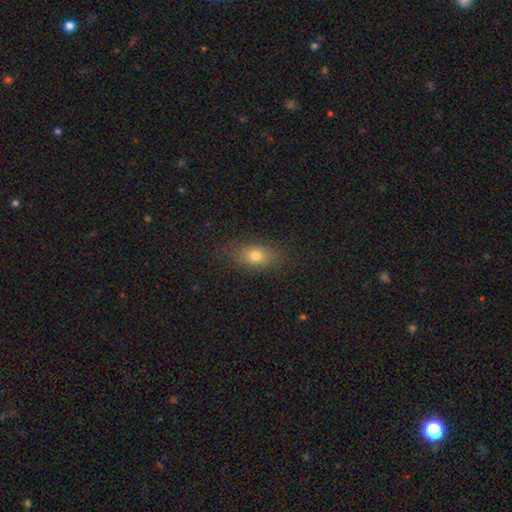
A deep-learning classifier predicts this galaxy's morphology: Smooth or featured: smooth — 75% (featured or disk — 13%)
How rounded: in between — 77% (round — 17%)
Merging: none — 84% (minor disturbance — 11%)